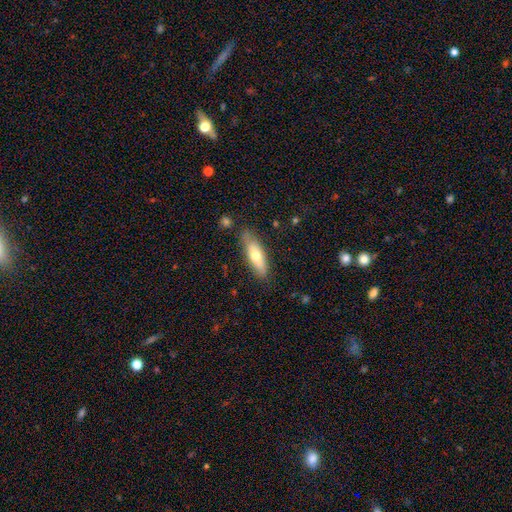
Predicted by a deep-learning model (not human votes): Smooth or featured? smooth (61%)
How rounded? in between (51%)
Merging? none (78%)